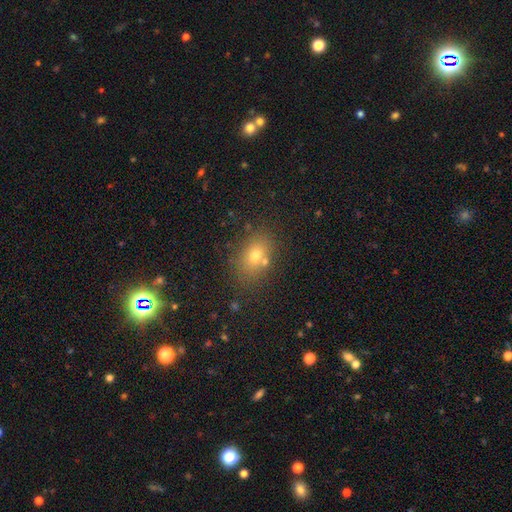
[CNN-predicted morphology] Smooth or featured? smooth (69%)
How rounded? in between (68%)
Merging? none (72%)